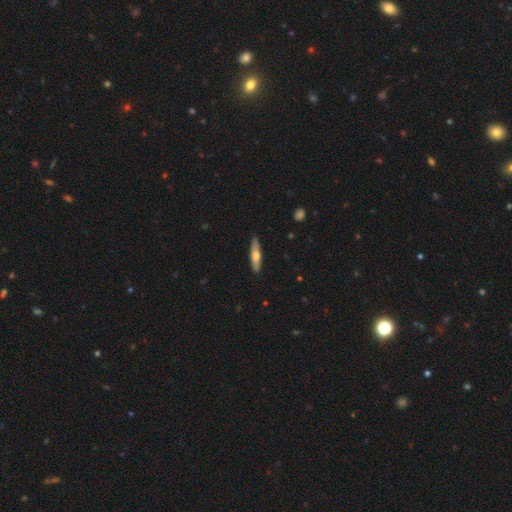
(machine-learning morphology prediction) Smooth or featured: smooth — 54% (featured or disk — 41%)
How rounded: cigar-shaped — 79% (in between — 19%)
Merging: none — 87% (minor disturbance — 10%)